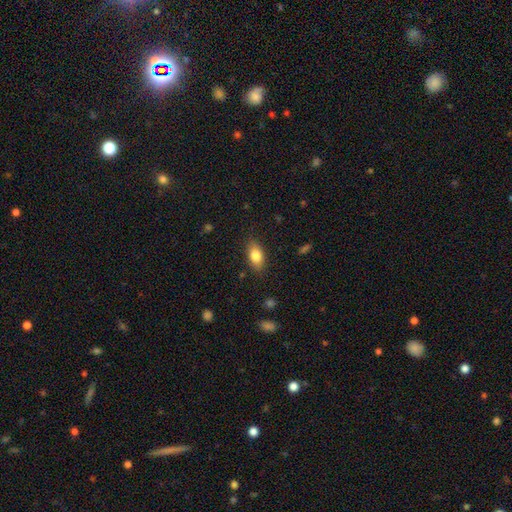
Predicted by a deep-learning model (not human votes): This is clearly a smooth galaxy (82%). How rounded: clearly in between (88%). Merging: clearly none (84%).